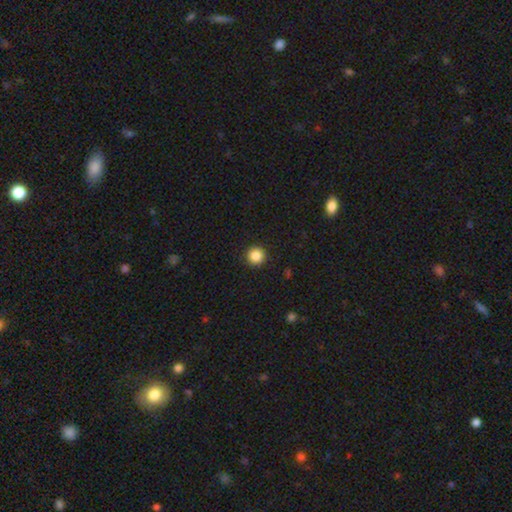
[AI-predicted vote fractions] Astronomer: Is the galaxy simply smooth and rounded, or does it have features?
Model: smooth — 86%.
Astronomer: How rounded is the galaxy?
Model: round — 96%.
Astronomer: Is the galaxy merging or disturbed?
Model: none — 93%.